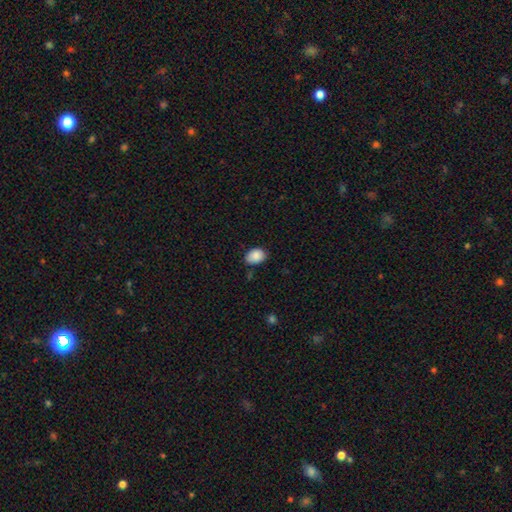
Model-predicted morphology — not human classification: Smooth or featured: smooth — 88% (star or artifact — 7%)
How rounded: in between — 78% (round — 21%)
Merging: none — 77% (minor disturbance — 18%)